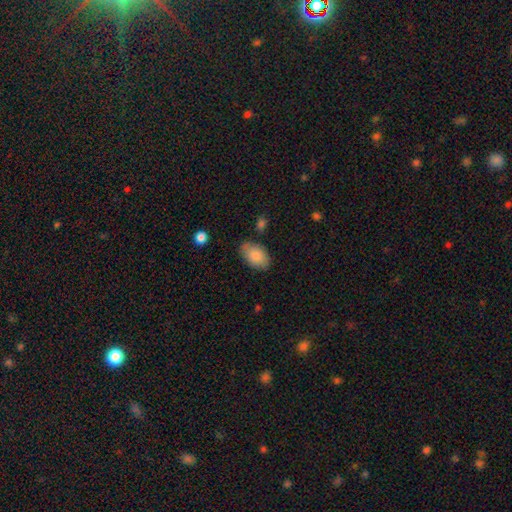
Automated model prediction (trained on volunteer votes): Overall: smooth (85%). How rounded: in between (93%). Merging: none (76%).